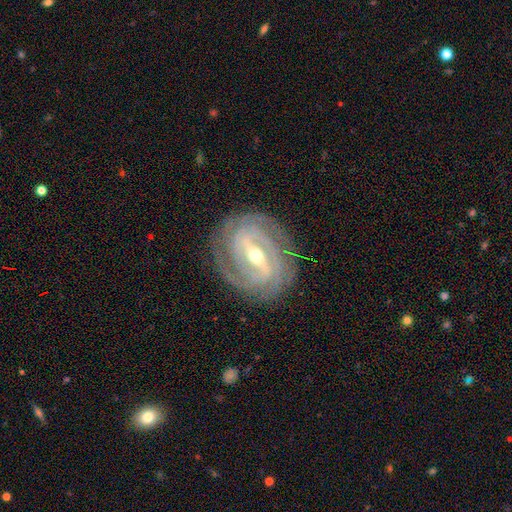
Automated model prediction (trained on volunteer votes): Morphology: type=featured or disk (91%); edge-on=no (95%); bar=strong (62%); spiral arms=yes (97%); winding=tight (76%); arm count=3 (27%); bulge=moderate (50%); merging=none (83%).